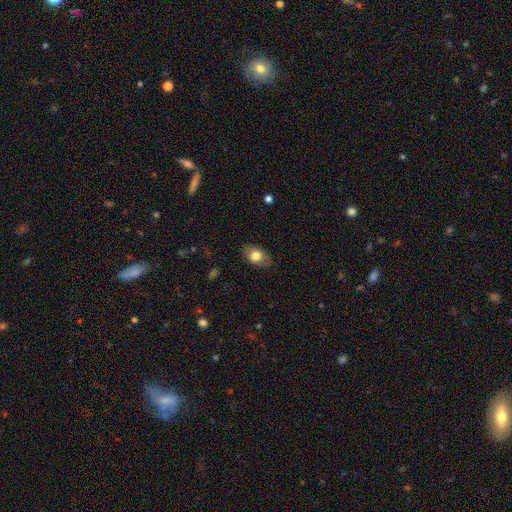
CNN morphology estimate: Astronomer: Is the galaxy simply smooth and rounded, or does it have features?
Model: smooth — 78%.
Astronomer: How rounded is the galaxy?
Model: in between — 80%.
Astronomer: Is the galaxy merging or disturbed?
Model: none — 82%.